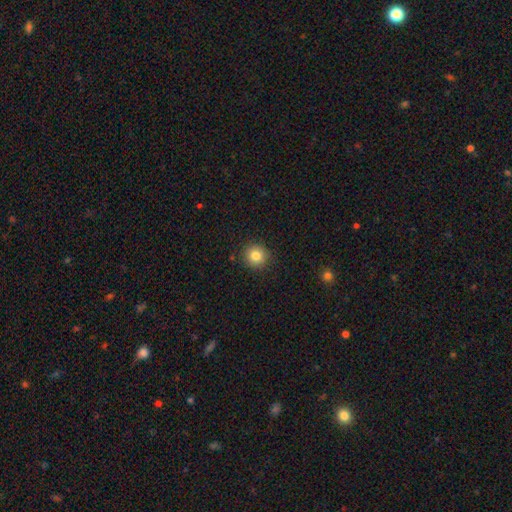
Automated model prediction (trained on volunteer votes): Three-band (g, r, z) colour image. It shows a smooth galaxy with no disk features (83%) that is round (92%). Merging: none (90%).